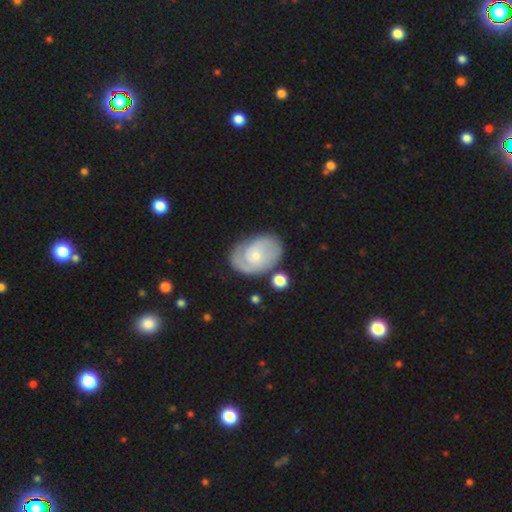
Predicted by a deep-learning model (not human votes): This appears to be a featured or disk galaxy (73%) with no bar (70%), 2 (54%) tight (53%) spiral arms (90%) and a small central bulge (68%). Merging: none (68%).